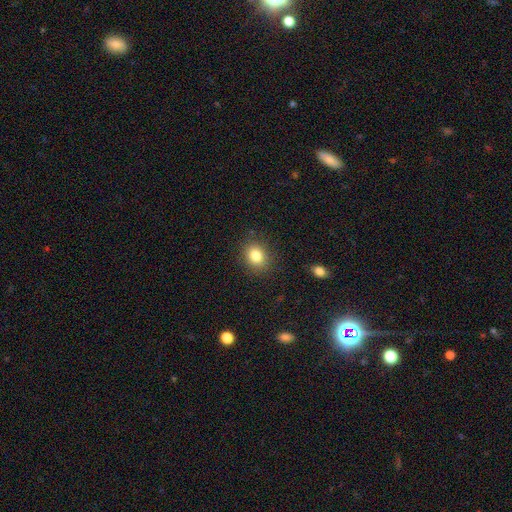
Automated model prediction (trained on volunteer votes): Smooth or featured? Predicted: smooth (p=0.83). How rounded? Predicted: round (p=0.57). Merging? Predicted: none (p=0.86).